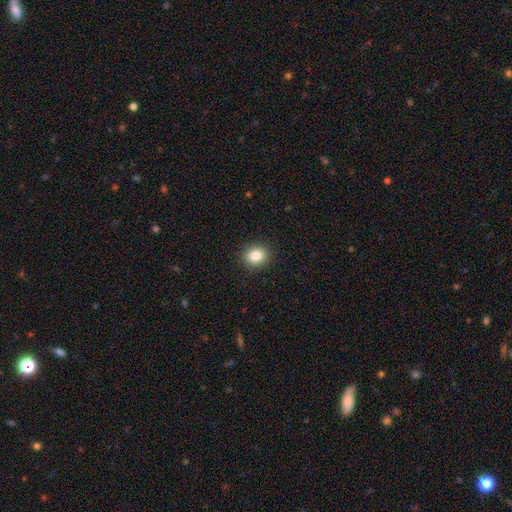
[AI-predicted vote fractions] A smooth galaxy with no disk features (84%) that is round (70%).

Vote fractions:
- Smooth or featured? smooth: 84% / star or artifact: 10% / featured or disk: 6%
- How rounded? round: 70% / in between: 29% / cigar-shaped: 1%
- Merging? none: 90% / minor disturbance: 6% / major disturbance: 2% / merger: 1%